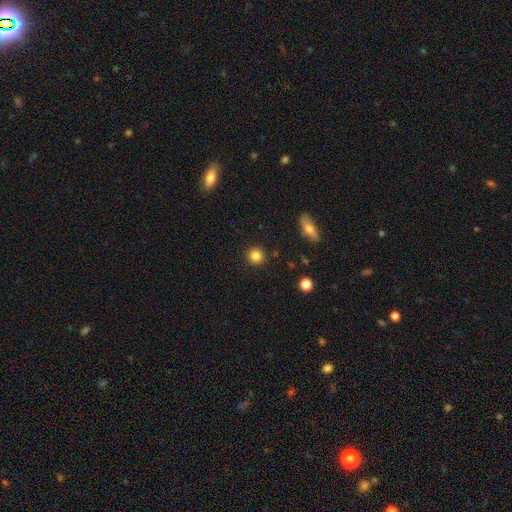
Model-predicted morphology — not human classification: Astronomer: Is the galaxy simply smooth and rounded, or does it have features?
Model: smooth — 85%.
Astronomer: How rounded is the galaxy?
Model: round — 93%.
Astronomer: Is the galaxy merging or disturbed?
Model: none — 91%.